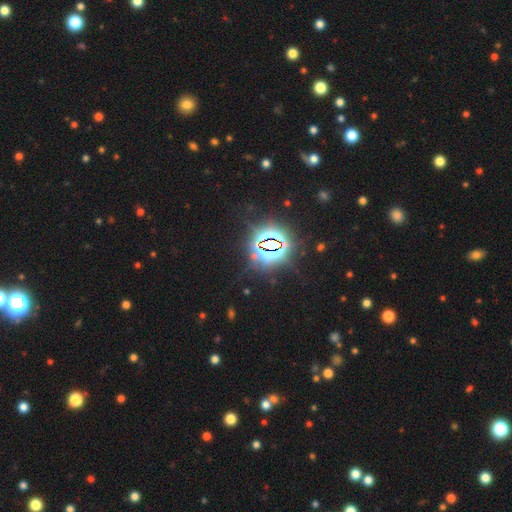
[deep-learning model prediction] This appears to be a star or artifact, not a galaxy (82%).